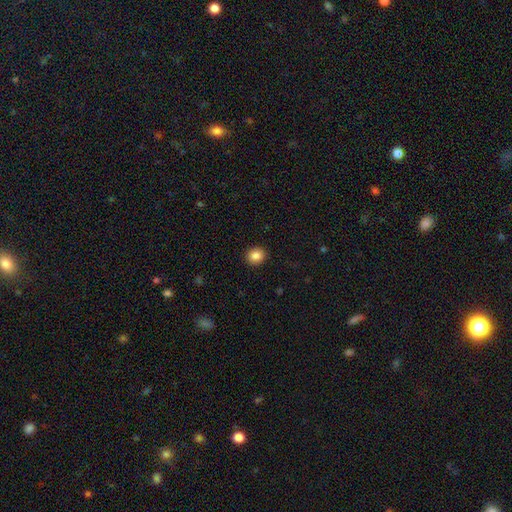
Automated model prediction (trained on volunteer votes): Smooth or featured? smooth (86%)
How rounded? round (78%)
Merging? none (91%)